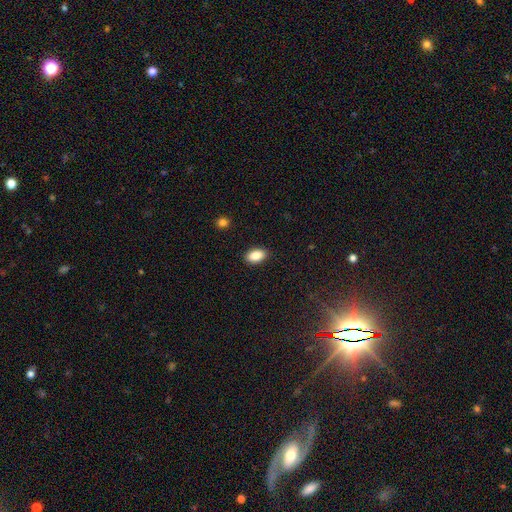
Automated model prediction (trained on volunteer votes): The model was most divided on "smooth or featured": smooth: 87%, star or artifact: 8%, featured or disk: 5%. More confident: how rounded — in between (91%); merging — none (89%).